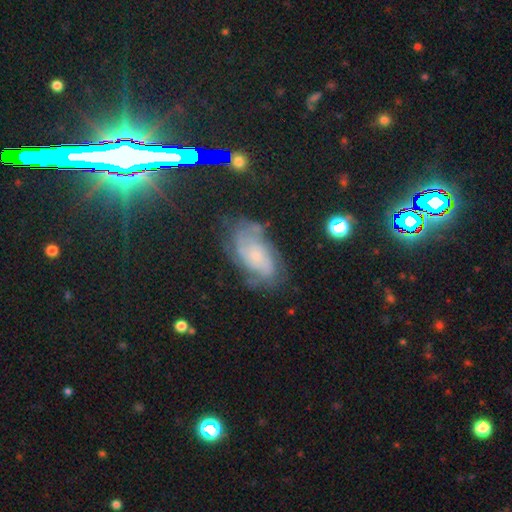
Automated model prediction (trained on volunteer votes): Smooth or featured: featured or disk — 59% (smooth — 27%)
Edge-on disk: no — 93% (yes — 7%)
Bar: no — 75% (weak — 21%)
Spiral arms: yes — 83% (no — 17%)
Bulge size: small — 57% (moderate — 21%)
Merging: none — 61% (minor disturbance — 24%)